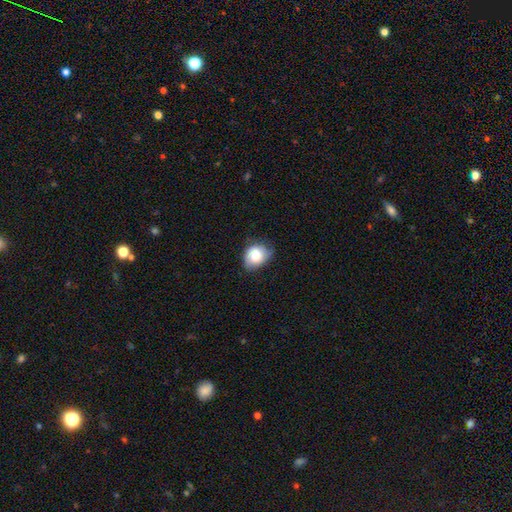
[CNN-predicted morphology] Smooth or featured? Predicted: smooth (p=0.73). How rounded? Predicted: in between (p=0.52). Merging? Predicted: none (p=0.53).